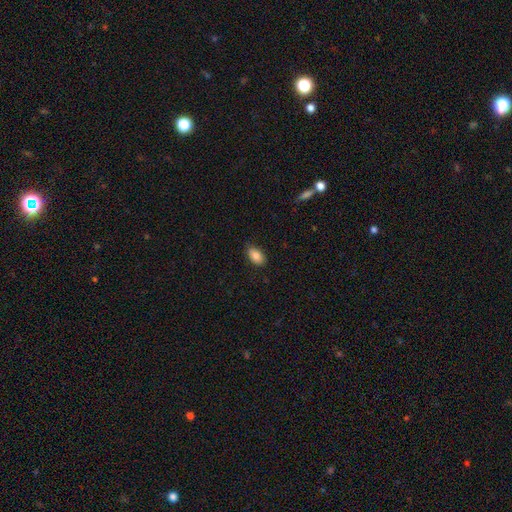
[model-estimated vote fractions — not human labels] Smooth or featured? smooth (84%)
How rounded? in between (92%)
Merging? none (84%)